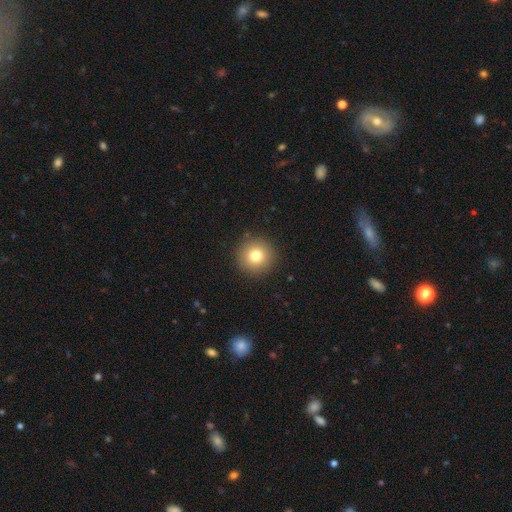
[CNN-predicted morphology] This is likely a smooth galaxy (78%). How rounded: clearly round (95%). Merging: clearly none (91%).